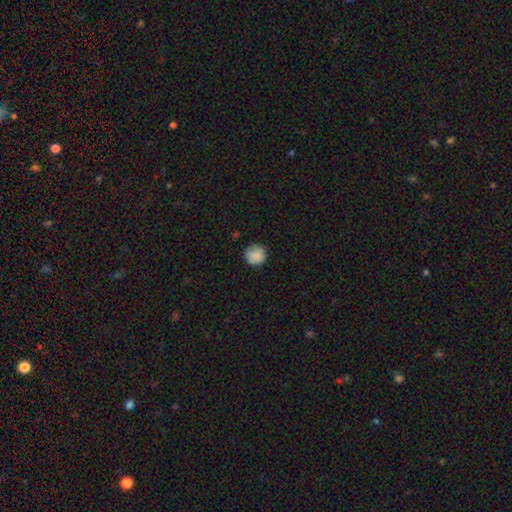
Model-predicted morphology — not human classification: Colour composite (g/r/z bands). It shows a smooth galaxy with no disk features (87%) that is round (93%). Merging: none (83%).